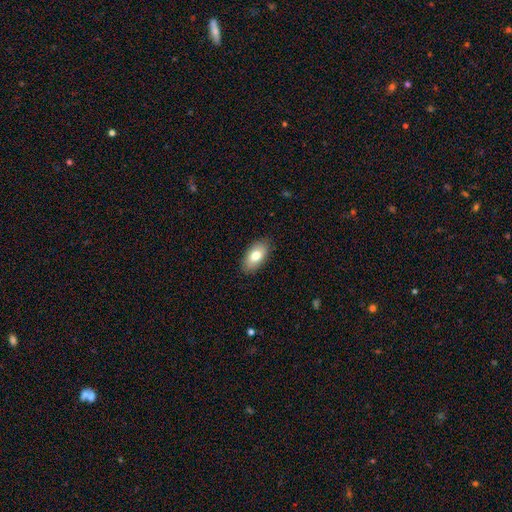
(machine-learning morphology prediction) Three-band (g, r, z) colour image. It shows a smooth galaxy with no disk features (77%) that is in between round and cigar-shaped (93%). Merging: none (87%).